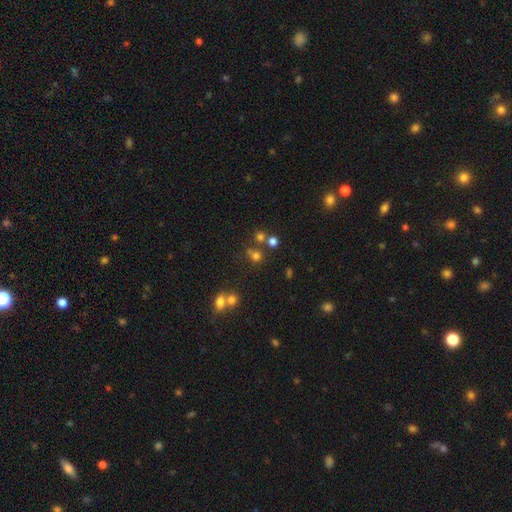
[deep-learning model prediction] smooth-or-featured: smooth: 67% | star or artifact: 23% | featured or disk: 10%
  how-rounded: round: 85% | in between: 14% | cigar-shaped: 1%
  merging: none: 62% | merger: 24% | minor disturbance: 9% | major disturbance: 5%